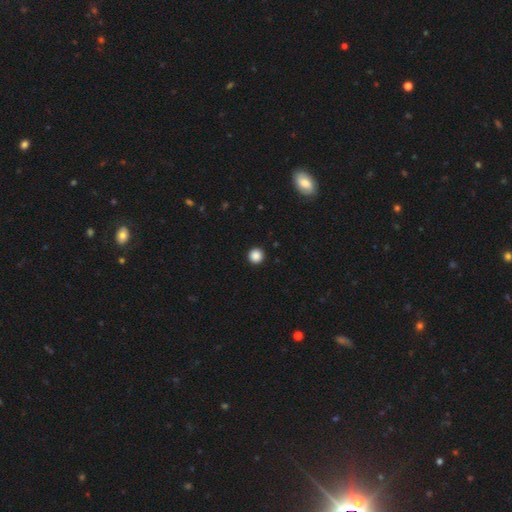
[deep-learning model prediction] A smooth galaxy with no disk features (88%) that is round (96%). Merging: none (94%).